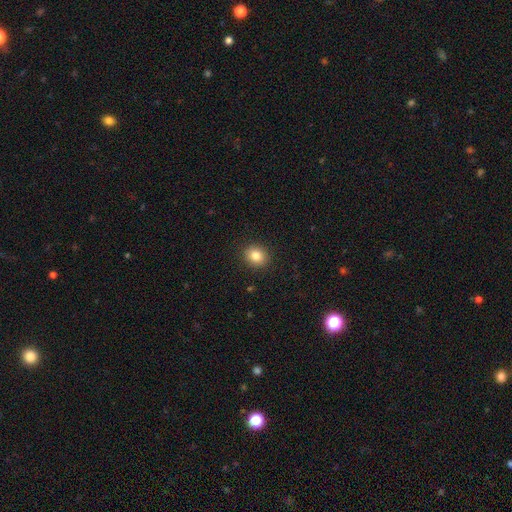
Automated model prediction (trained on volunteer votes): This is clearly a smooth galaxy (83%). How rounded: likely round (76%). Merging: clearly none (91%).